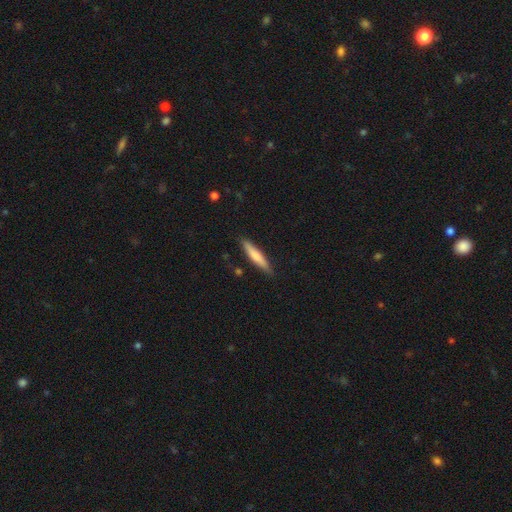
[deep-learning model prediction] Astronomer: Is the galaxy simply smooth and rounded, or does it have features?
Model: smooth — 73%.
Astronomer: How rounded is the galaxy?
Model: cigar-shaped — 89%.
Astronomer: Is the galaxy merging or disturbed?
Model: none — 87%.